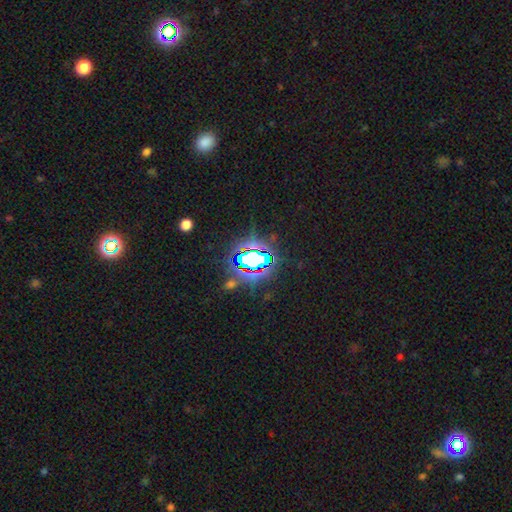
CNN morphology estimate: Q: Smooth or featured?
A: star or artifact (74%); runner-up: smooth (15%)